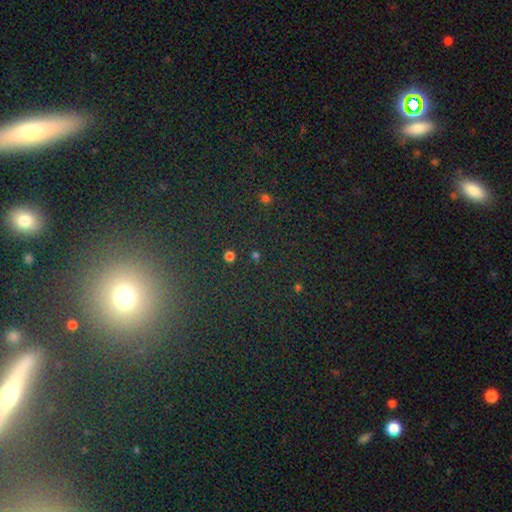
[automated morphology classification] Smooth or featured? star or artifact (59%)